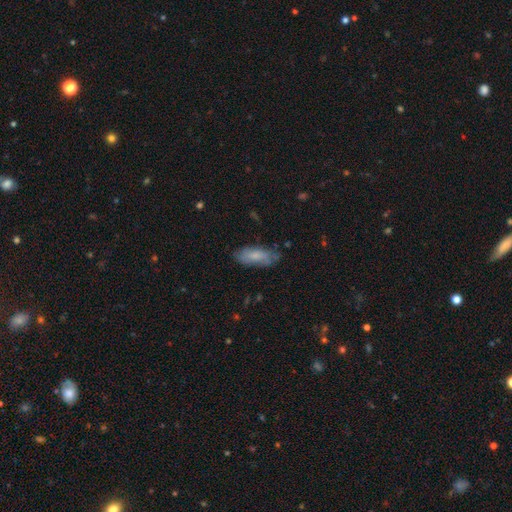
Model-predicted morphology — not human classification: Smooth or featured?
  - smooth: 68% *
  - featured or disk: 25%
  - star or artifact: 7%
How rounded?
  - in between: 75% *
  - cigar-shaped: 23%
  - round: 2%
Merging?
  - none: 69% *
  - minor disturbance: 23%
  - major disturbance: 6%
  - merger: 2%